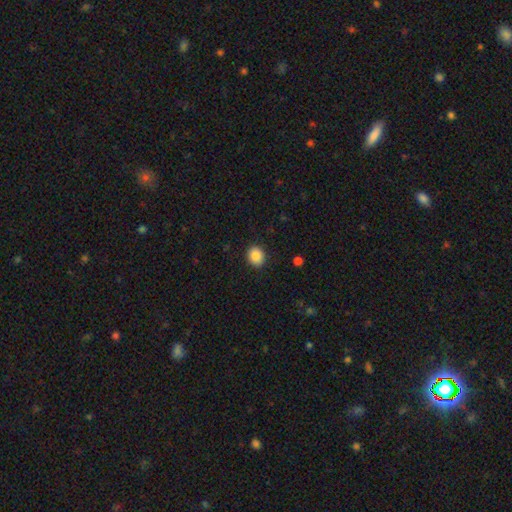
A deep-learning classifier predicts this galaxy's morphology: This is clearly a smooth galaxy (87%). How rounded: possibly round (60%). Merging: clearly none (90%).